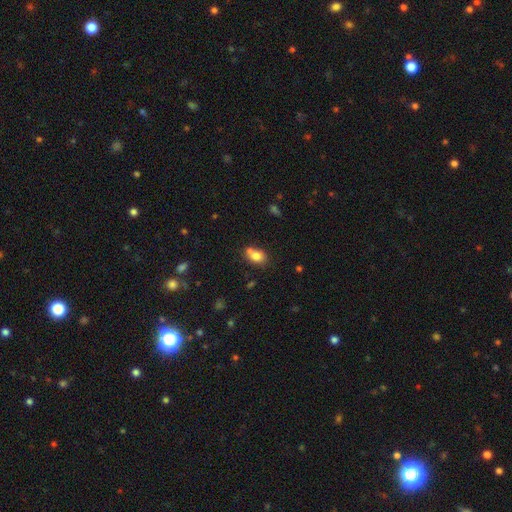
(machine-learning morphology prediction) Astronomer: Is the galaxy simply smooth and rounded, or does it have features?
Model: smooth — 78%.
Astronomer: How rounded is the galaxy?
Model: in between — 66%.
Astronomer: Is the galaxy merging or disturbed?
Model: none — 45% (runner-up: merger, 37%).